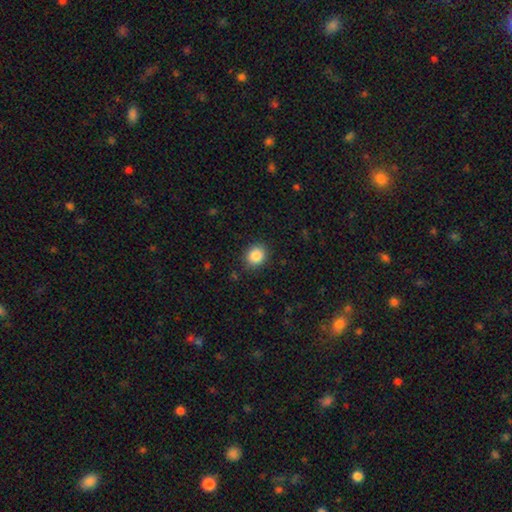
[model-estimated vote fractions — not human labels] Overall: smooth (86%). How rounded: round (71%). Merging: none (88%).